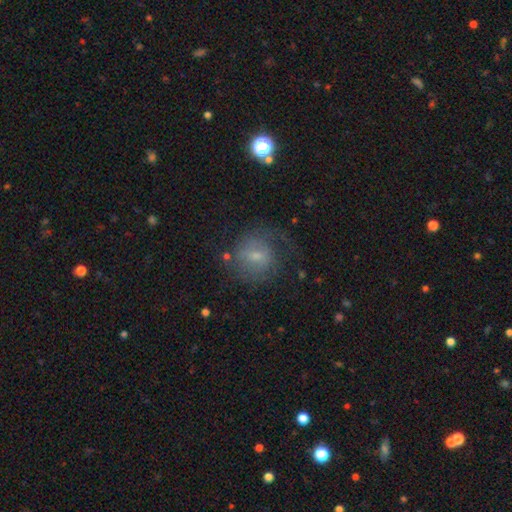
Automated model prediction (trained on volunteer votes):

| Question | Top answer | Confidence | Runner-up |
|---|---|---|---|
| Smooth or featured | featured or disk | 44% | tied: smooth (44%) |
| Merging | none | 55% | minor disturbance (21%) |